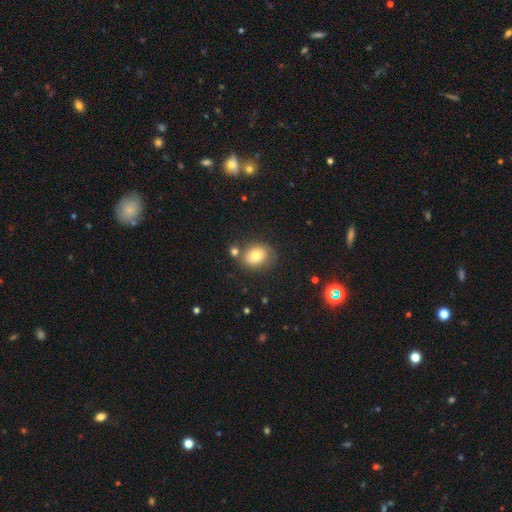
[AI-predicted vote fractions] Q: Smooth or featured?
A: smooth (71%); runner-up: featured or disk (19%)
Q: How rounded?
A: round (52%); runner-up: in between (47%)
Q: Merging?
A: none (66%); runner-up: minor disturbance (16%)